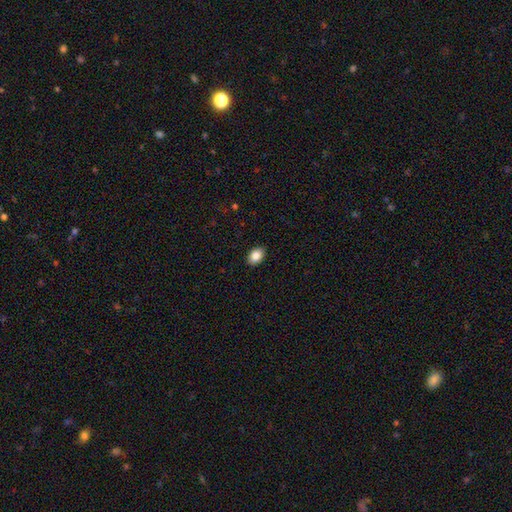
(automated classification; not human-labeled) A smooth galaxy with no disk features (86%) that is in between round and cigar-shaped (82%).

Vote fractions:
- Smooth or featured? smooth: 86% / star or artifact: 8% / featured or disk: 6%
- How rounded? in between: 82% / round: 17% / cigar-shaped: 1%
- Merging? none: 90% / minor disturbance: 8% / major disturbance: 2% / merger: 1%